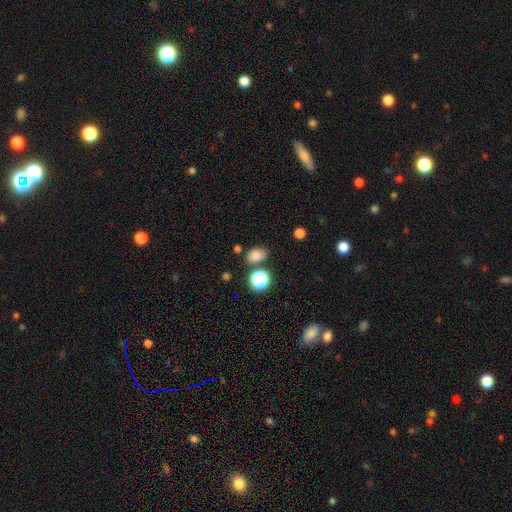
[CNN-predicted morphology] smooth_or_featured: smooth (p=0.76) [alt: star or artifact p=0.17]
how_rounded: in between (p=0.65) [alt: round p=0.34]
merging: none (p=0.70) [alt: minor disturbance p=0.15]